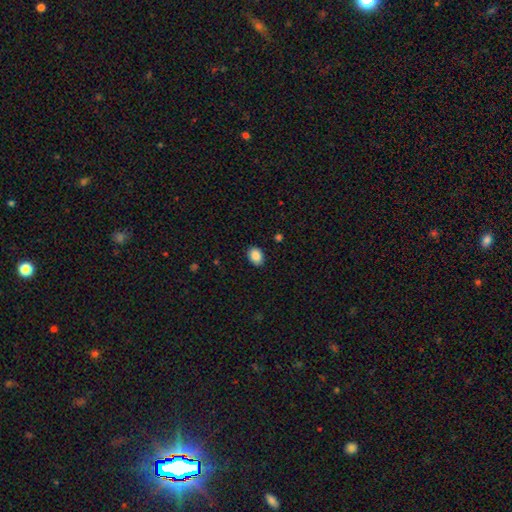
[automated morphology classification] Smooth or featured: smooth — 89% (star or artifact — 8%)
How rounded: in between — 69% (round — 30%)
Merging: none — 88% (minor disturbance — 9%)